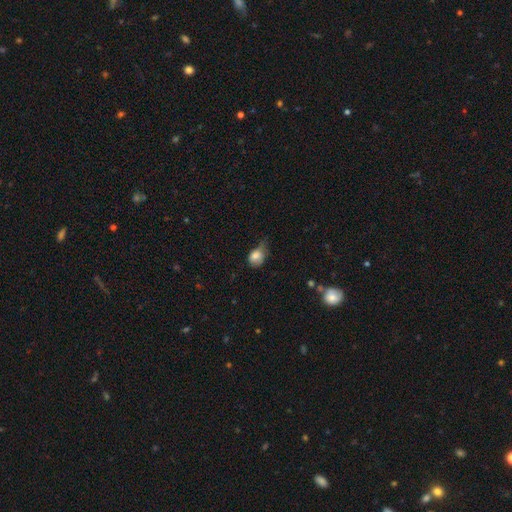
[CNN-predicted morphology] This is likely a smooth galaxy (80%). How rounded: likely in between (64%). Merging: marginally minor disturbance (44%).